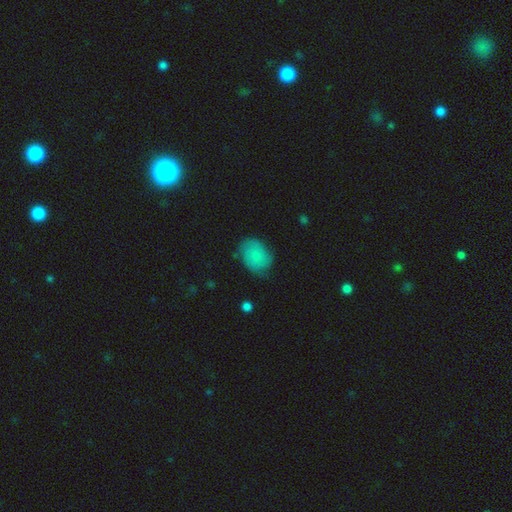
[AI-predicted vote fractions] Smooth or featured? Predicted: smooth (p=0.67). How rounded? Predicted: in between (p=0.69). Merging? Predicted: none (p=0.64).